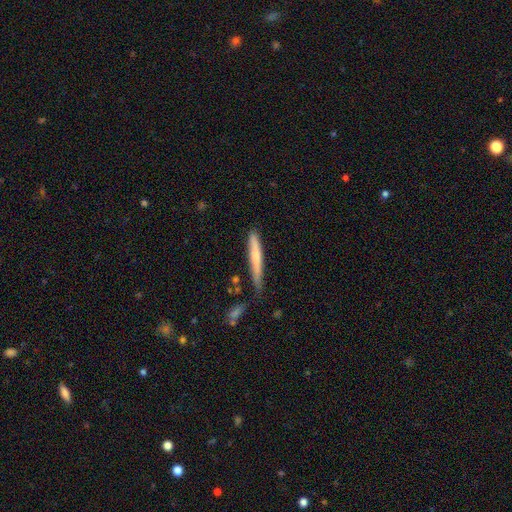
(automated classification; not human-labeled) This appears to be a smooth galaxy with no disk features (64%) that is cigar-shaped (95%). Merging: none (71%).